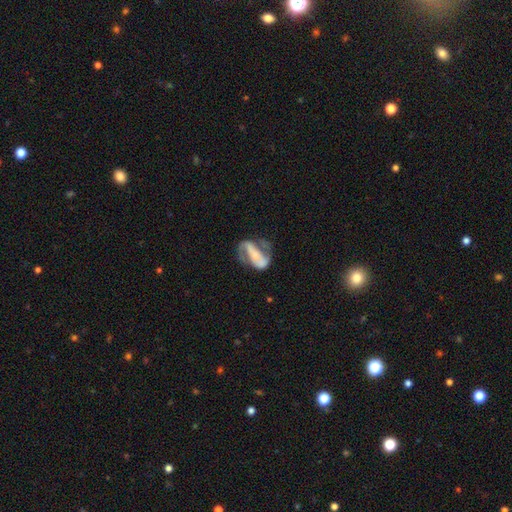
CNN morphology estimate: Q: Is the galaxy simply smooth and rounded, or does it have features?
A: featured or disk — 78%.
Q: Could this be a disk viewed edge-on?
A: no — 93%.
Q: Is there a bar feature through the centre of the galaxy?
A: strong — 58%.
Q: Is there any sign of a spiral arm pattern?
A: yes — 81%.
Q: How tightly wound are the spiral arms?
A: medium — 41%.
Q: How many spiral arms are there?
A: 2 — 86%.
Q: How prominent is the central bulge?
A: small — 57%.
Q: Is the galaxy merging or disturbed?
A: none — 55%.